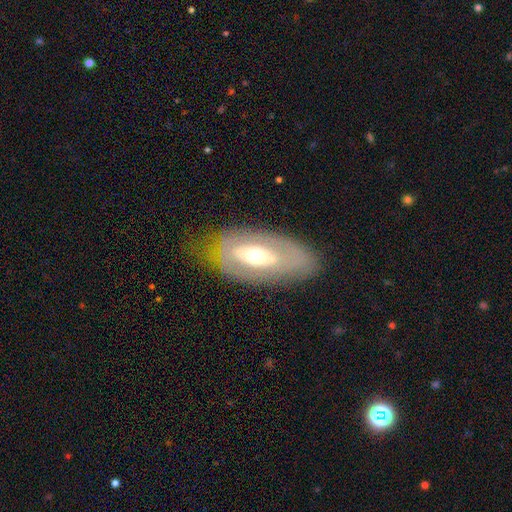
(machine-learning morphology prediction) featured or disk 61%, smooth 32%, star or artifact 7%. Down the decision tree: edge-on disk — no (85%); bar — no (58%); spiral arms — no (69%); bulge size — moderate (68%); merging — none (67%).